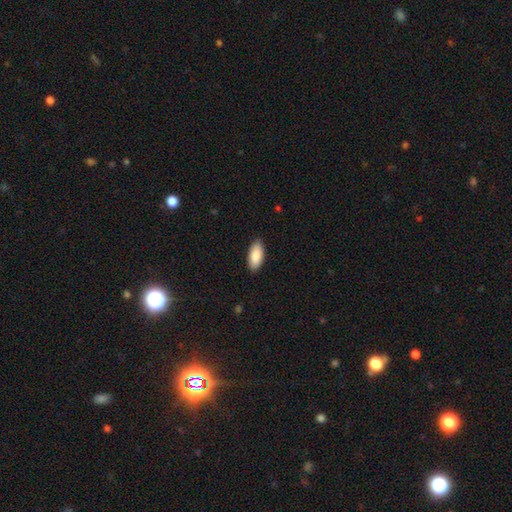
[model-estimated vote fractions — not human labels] Smooth or featured? smooth (88%)
How rounded? in between (90%)
Merging? none (89%)